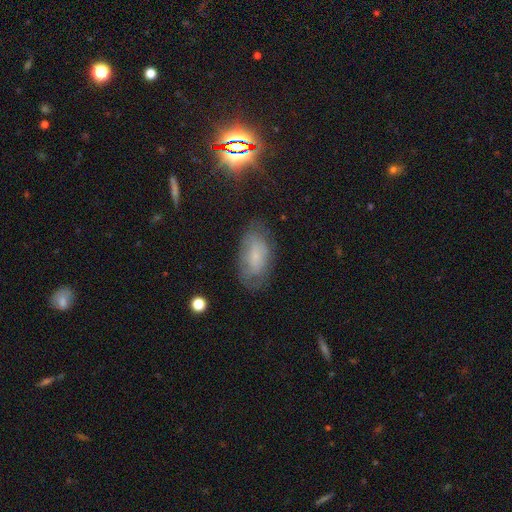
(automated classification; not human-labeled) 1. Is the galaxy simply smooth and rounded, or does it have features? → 52% smooth, 35% featured or disk, 13% star or artifact.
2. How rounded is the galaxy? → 91% in between, 6% round, 3% cigar-shaped.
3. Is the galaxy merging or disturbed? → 66% none, 22% minor disturbance, 10% major disturbance, 2% merger.